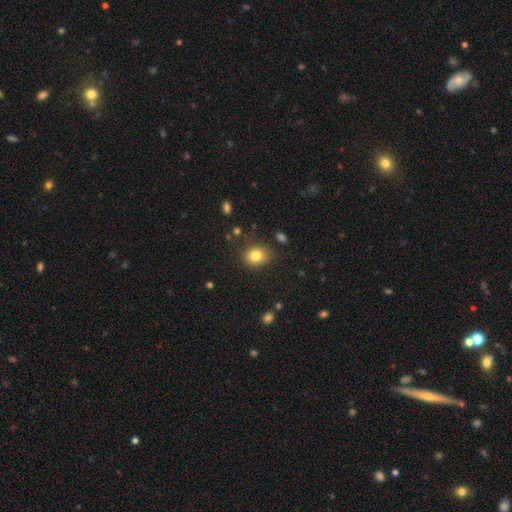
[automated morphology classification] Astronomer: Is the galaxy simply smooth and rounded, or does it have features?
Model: smooth — 81%.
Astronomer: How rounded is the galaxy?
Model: round — 59% (runner-up: in between, 40%).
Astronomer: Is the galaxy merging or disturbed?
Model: none — 82%.